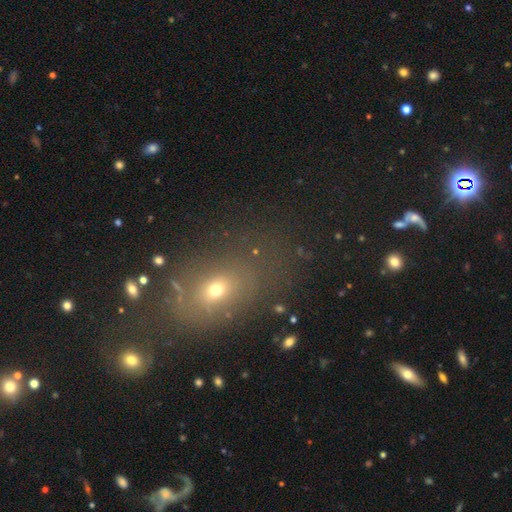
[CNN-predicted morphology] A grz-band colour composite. It shows a smooth galaxy with no disk features (54%) that is in between round and cigar-shaped (64%). Merging: none (69%).